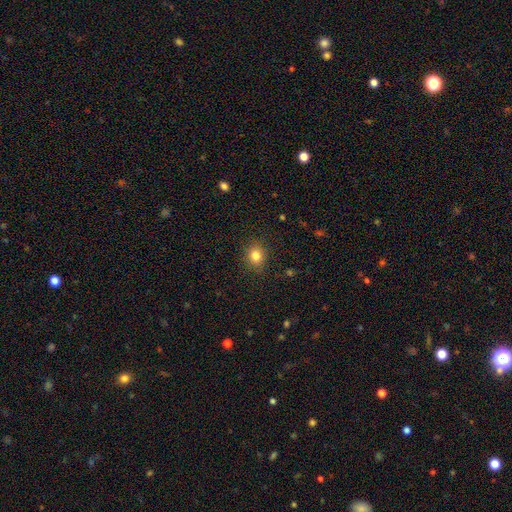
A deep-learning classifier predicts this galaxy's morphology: Smooth or featured: smooth — 81% (star or artifact — 12%)
How rounded: round — 68% (in between — 31%)
Merging: none — 88% (minor disturbance — 8%)